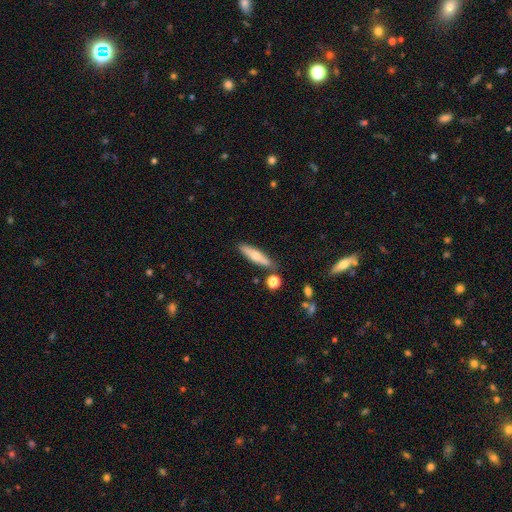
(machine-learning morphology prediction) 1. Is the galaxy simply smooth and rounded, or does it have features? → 53% smooth, 40% featured or disk, 7% star or artifact.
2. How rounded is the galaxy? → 72% cigar-shaped, 25% in between, 3% round.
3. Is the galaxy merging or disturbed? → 80% none, 12% minor disturbance, 6% merger, 3% major disturbance.